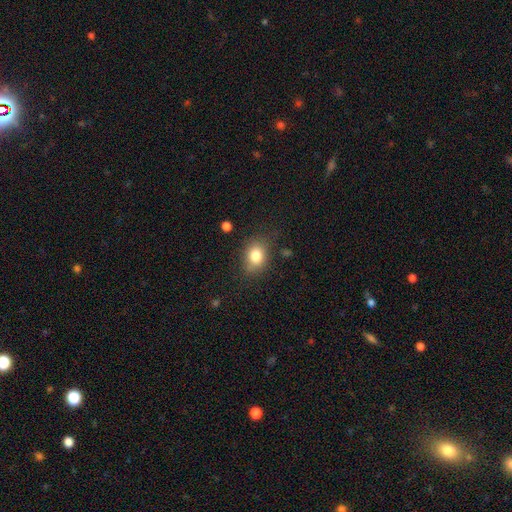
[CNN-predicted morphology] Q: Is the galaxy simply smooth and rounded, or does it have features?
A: smooth — 81%.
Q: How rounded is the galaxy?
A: in between — 60%.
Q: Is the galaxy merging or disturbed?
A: none — 76%.